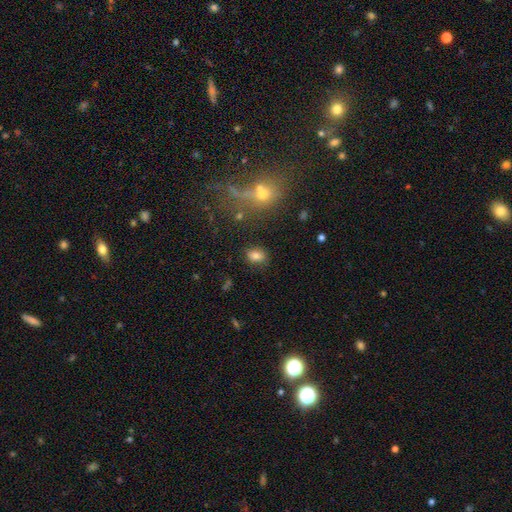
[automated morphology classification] smooth-or-featured: smooth: 77% | star or artifact: 13% | featured or disk: 10%
  how-rounded: in between: 64% | round: 35% | cigar-shaped: 2%
  merging: none: 83% | minor disturbance: 11% | merger: 3% | major disturbance: 3%